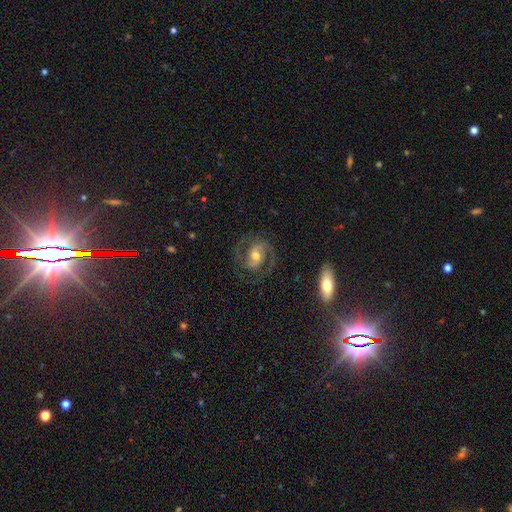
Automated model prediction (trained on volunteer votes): smooth_or_featured: featured or disk (p=0.83) [alt: smooth p=0.11]
disk_edge_on: no (p=0.97) [alt: yes p=0.03]
bar: weak (p=0.41) [alt: no p=0.39]
has_spiral_arms: yes (p=0.95) [alt: no p=0.05]
spiral_winding: medium (p=0.57) [alt: tight p=0.26]
spiral_arm_count: 2 (p=0.89) [alt: can't tell p=0.04]
bulge_size: moderate (p=0.67) [alt: small p=0.22]
merging: none (p=0.75) [alt: minor disturbance p=0.13]